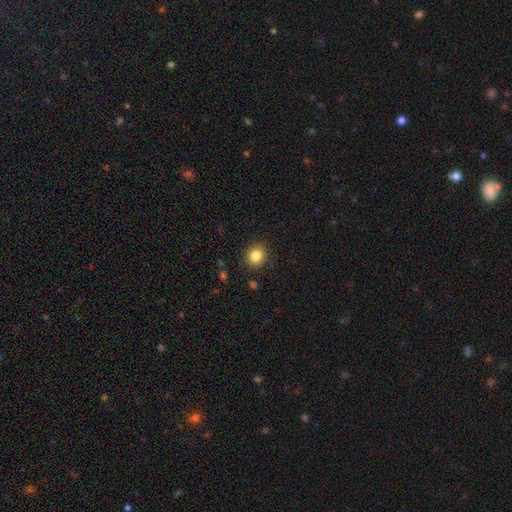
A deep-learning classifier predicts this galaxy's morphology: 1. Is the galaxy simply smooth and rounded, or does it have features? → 85% smooth, 10% star or artifact, 5% featured or disk.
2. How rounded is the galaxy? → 83% round, 17% in between, 1% cigar-shaped.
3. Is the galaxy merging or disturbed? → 89% none, 7% minor disturbance, 2% major disturbance, 1% merger.